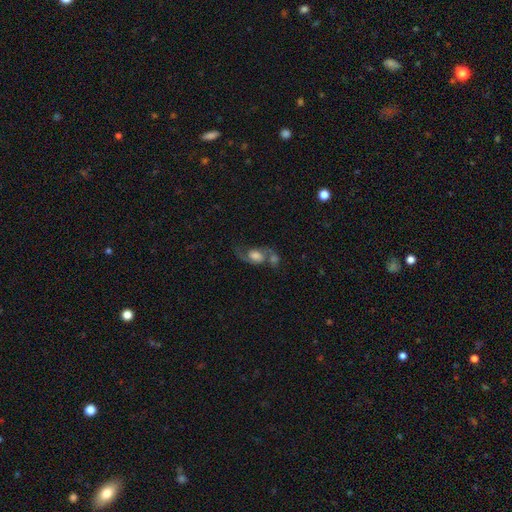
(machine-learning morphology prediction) The model was most divided on "bulge size": large: 42%, moderate: 30%, small: 12%, none: 9%, dominant: 8%. Remaining: edge-on disk — no (94%); spiral arms — yes (85%); bar — no (66%); smooth or featured — featured or disk (59%); merging — merger (47%).